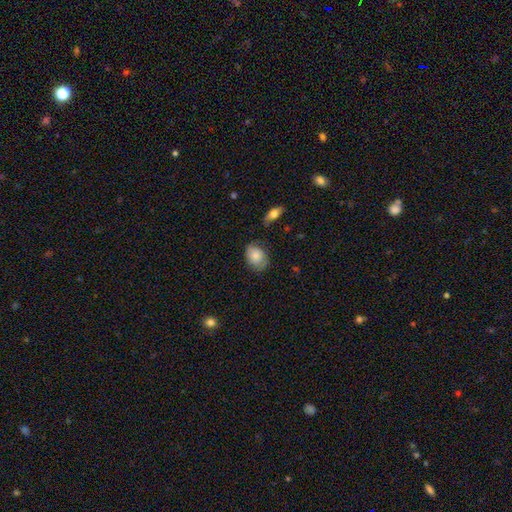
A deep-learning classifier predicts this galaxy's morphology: This is likely a smooth galaxy (77%). How rounded: likely in between (70%). Merging: likely none (67%).